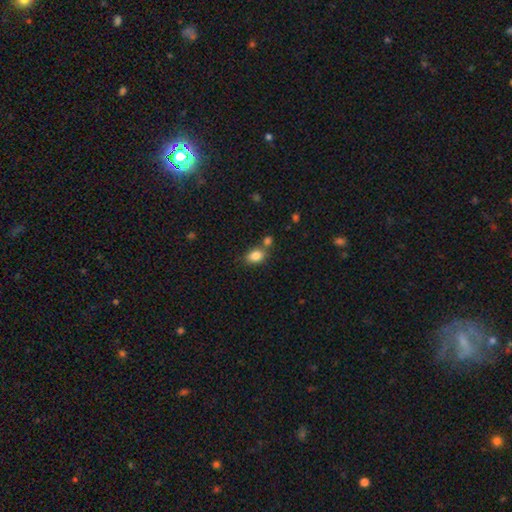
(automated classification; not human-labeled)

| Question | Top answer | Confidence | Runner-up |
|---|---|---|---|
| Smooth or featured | smooth | 84% | star or artifact (9%) |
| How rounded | in between | 80% | round (18%) |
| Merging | none | 62% | merger (22%) |